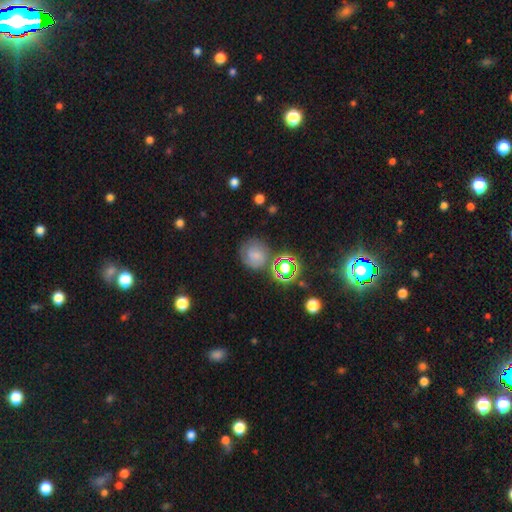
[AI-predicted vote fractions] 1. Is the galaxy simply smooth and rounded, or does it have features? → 52% smooth, 29% featured or disk, 19% star or artifact.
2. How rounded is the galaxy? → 83% round, 16% in between, 1% cigar-shaped.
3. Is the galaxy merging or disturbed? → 65% none, 18% minor disturbance, 9% major disturbance, 8% merger.